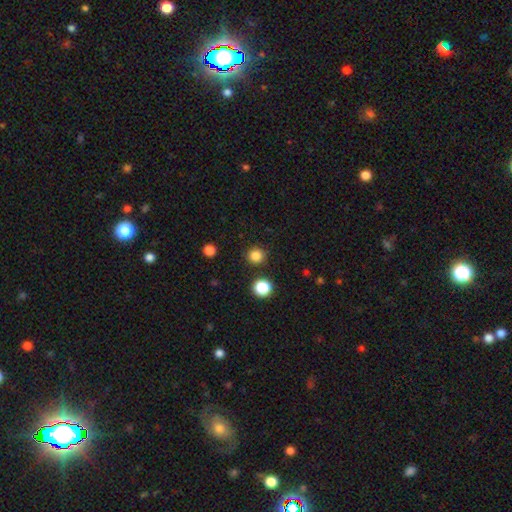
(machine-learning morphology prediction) This appears to be a smooth galaxy with no disk features (84%) that is round (94%). Merging: none (90%).